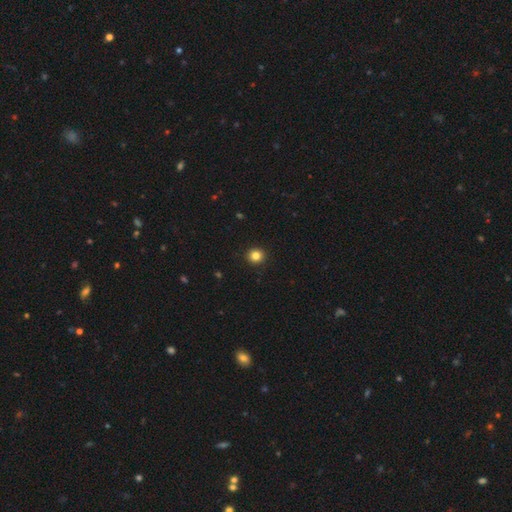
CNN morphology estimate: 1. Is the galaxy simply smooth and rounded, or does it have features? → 83% smooth, 12% star or artifact, 5% featured or disk.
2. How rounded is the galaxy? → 92% round, 7% in between, 1% cigar-shaped.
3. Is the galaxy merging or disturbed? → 93% none, 5% minor disturbance, 2% major disturbance, 1% merger.